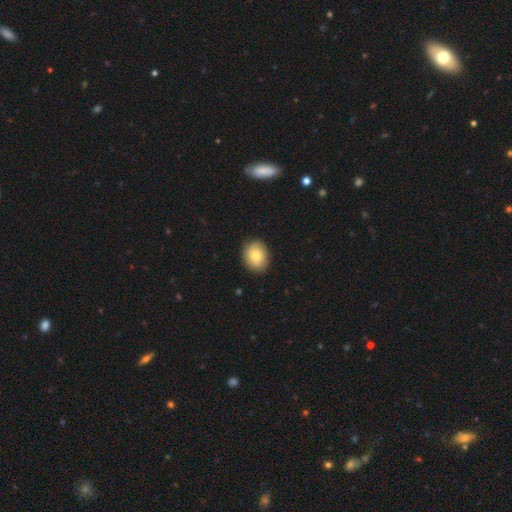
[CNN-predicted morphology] smooth 82%, featured or disk 11%, star or artifact 7%. Down the decision tree: how rounded — round (50%); merging — none (89%).